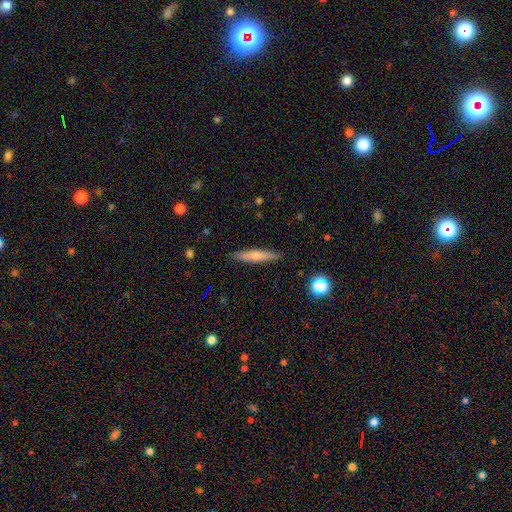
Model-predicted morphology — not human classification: Overall: smooth (59%; featured or disk 35%). How rounded: cigar-shaped (91%). Merging: none (89%).